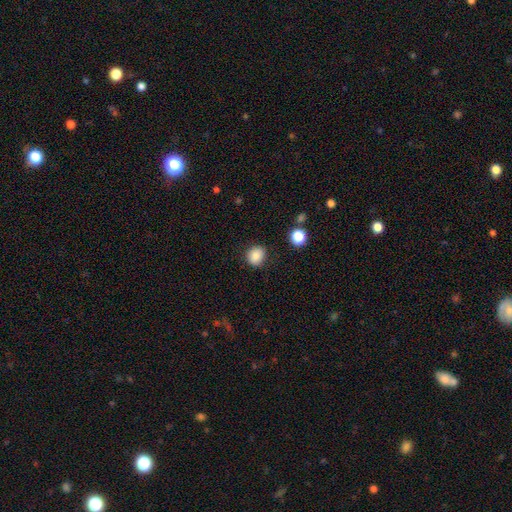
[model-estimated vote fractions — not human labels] smooth 84%, star or artifact 11%, featured or disk 6%. Down the decision tree: how rounded — round (77%); merging — none (85%).